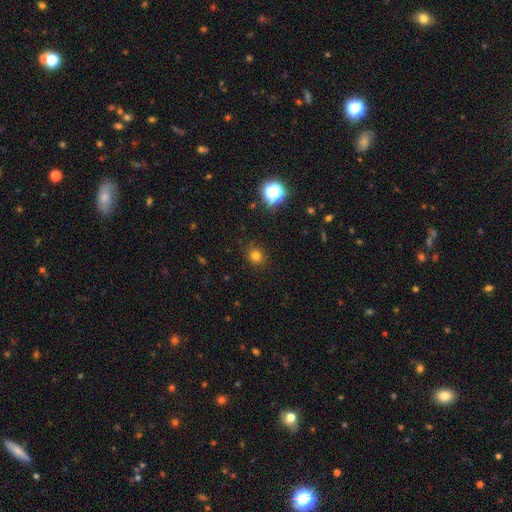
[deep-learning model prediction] The model was most divided on "how rounded": round: 77%, in between: 22%, cigar-shaped: 1%. More confident: merging — none (87%); smooth or featured — smooth (77%).